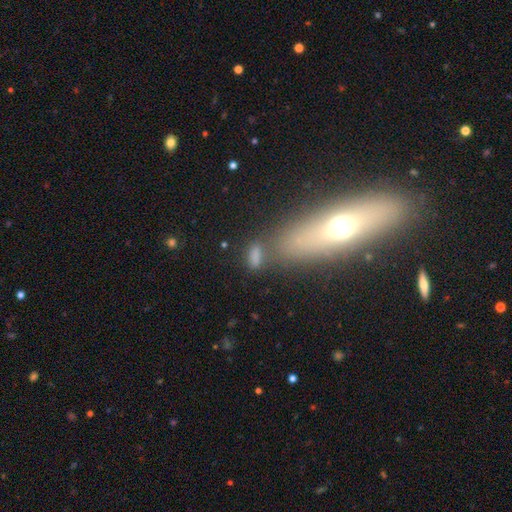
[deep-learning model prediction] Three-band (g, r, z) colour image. It shows a smooth galaxy with no disk features (69%) that is in between round and cigar-shaped (72%). Merging: none (52%).